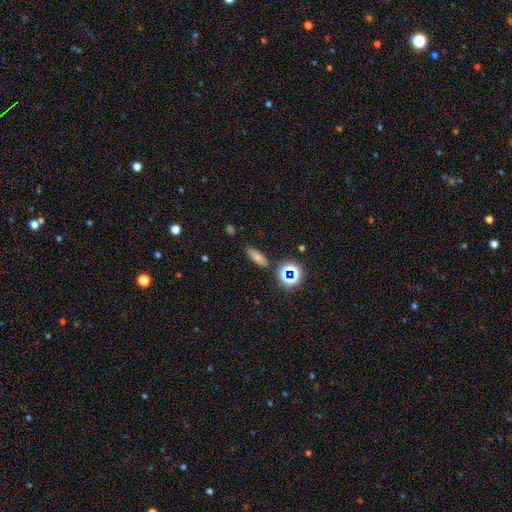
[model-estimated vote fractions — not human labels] smooth 61%, star or artifact 28%, featured or disk 12%. Down the decision tree: how rounded — in between (45%, tied with cigar-shaped); merging — none (83%).